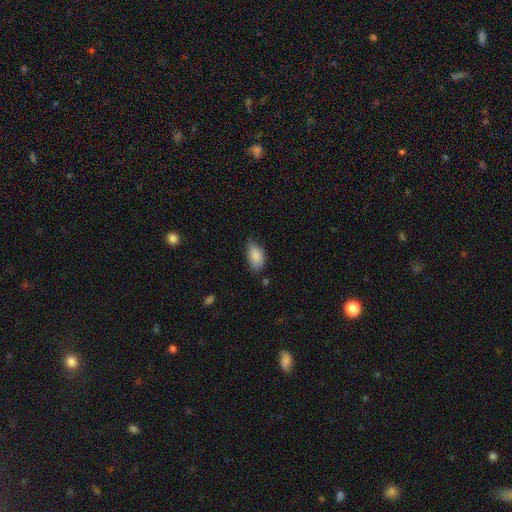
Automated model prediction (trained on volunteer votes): A smooth galaxy with no disk features (87%) that is in between round and cigar-shaped (93%). Merging: none (57%).